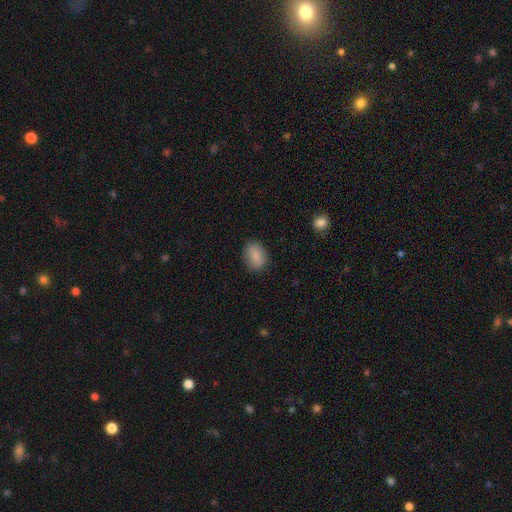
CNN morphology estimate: The model was most divided on "how rounded": in between: 74%, round: 24%, cigar-shaped: 1%. More confident: smooth or featured — smooth (87%); merging — none (84%).